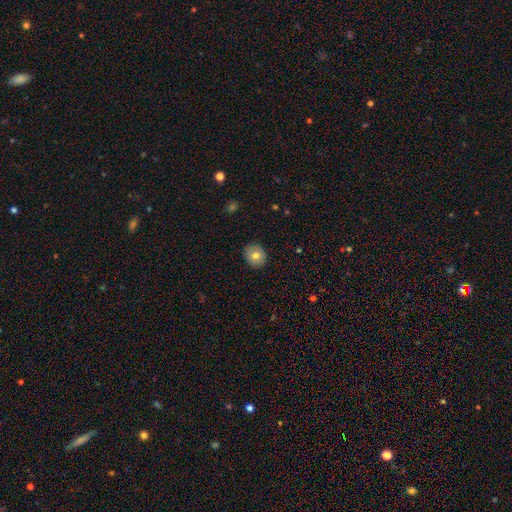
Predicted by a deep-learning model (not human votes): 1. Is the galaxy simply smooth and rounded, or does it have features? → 76% smooth, 16% featured or disk, 9% star or artifact.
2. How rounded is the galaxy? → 75% round, 24% in between, 1% cigar-shaped.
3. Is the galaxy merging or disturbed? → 88% none, 9% minor disturbance, 2% major disturbance, 1% merger.